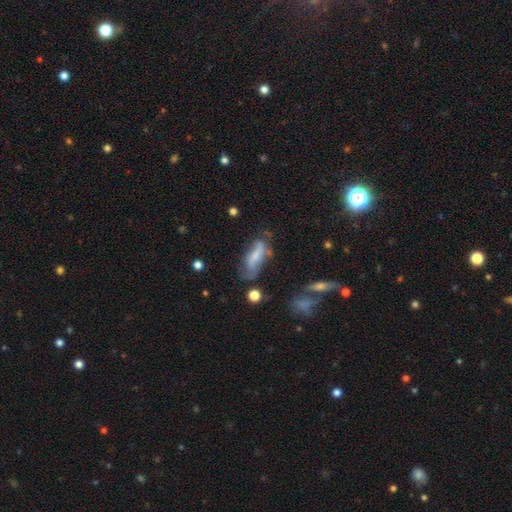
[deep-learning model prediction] Smooth or featured: smooth — 54% (featured or disk — 38%)
How rounded: in between — 68% (cigar-shaped — 29%)
Merging: none — 42% (minor disturbance — 30%)